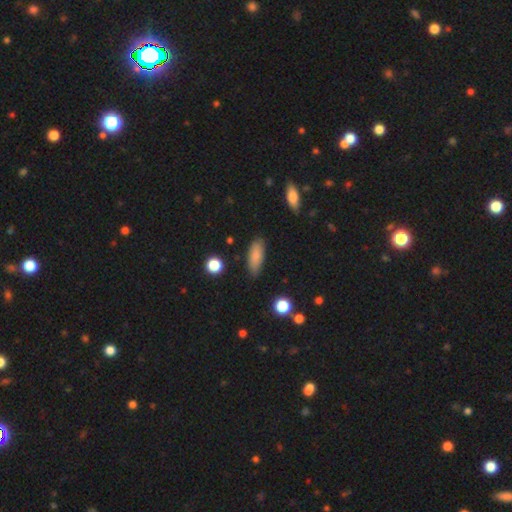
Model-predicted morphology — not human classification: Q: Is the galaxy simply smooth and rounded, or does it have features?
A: smooth — 83%.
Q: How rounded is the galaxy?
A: in between — 69%.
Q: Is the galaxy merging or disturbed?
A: none — 82%.